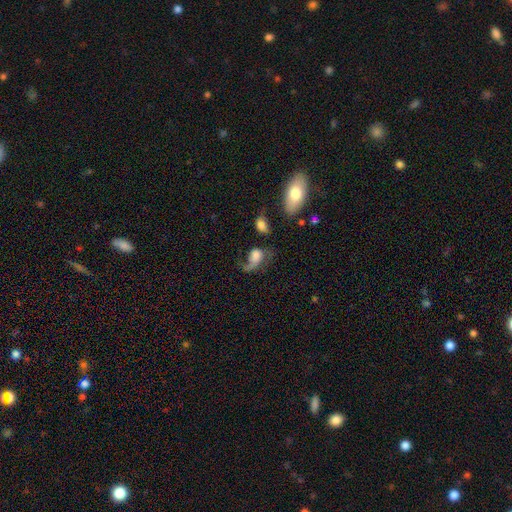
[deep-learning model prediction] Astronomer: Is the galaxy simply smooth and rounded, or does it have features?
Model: featured or disk — 46% (runner-up: smooth, 44%).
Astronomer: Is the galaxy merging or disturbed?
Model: major disturbance — 49%.